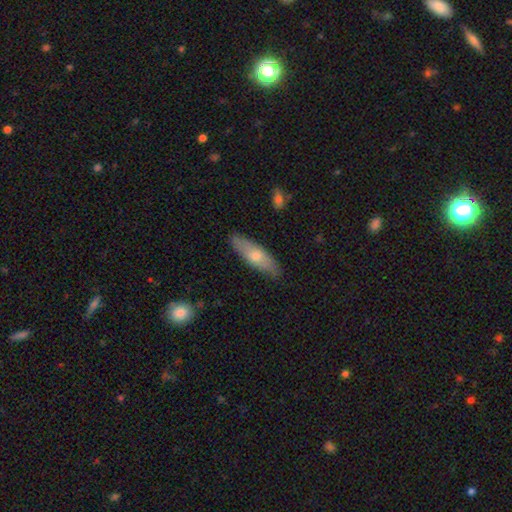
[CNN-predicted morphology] This appears to be a smooth galaxy with no disk features (62%) that is in between round and cigar-shaped (50%). Merging: none (83%).